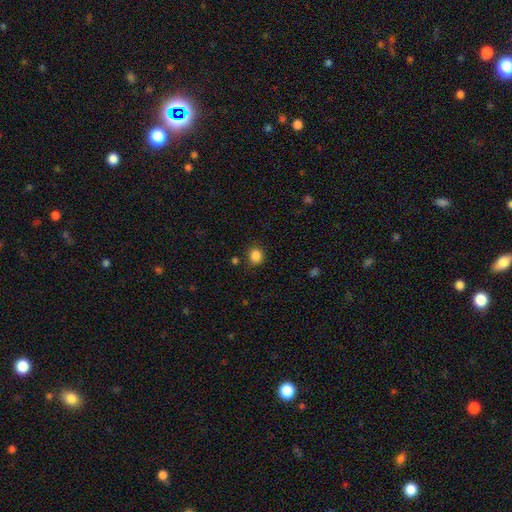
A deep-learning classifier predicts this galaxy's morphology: A smooth galaxy with no disk features (86%) that is round (83%).

Vote fractions:
- Smooth or featured? smooth: 86% / star or artifact: 11% / featured or disk: 3%
- How rounded? round: 83% / in between: 16% / cigar-shaped: 1%
- Merging? none: 85% / minor disturbance: 10% / major disturbance: 3% / merger: 2%